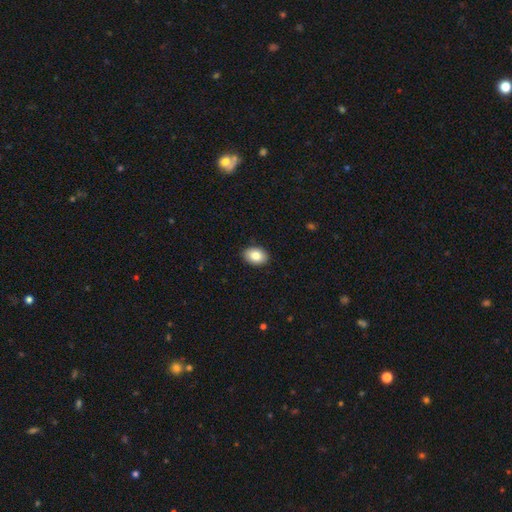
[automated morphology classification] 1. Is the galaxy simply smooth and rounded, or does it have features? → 85% smooth, 8% featured or disk, 8% star or artifact.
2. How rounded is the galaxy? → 80% in between, 19% round, 1% cigar-shaped.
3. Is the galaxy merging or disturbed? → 89% none, 8% minor disturbance, 2% major disturbance, 1% merger.